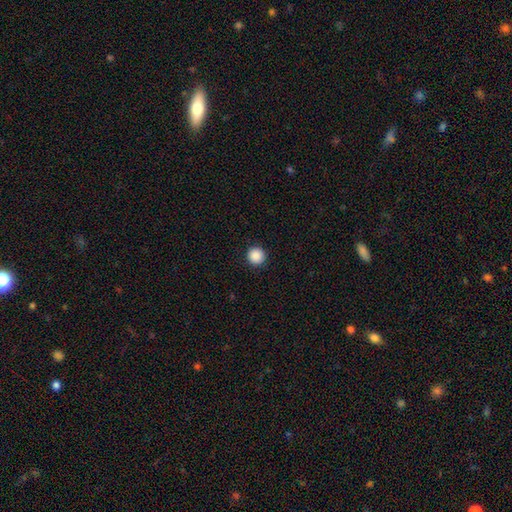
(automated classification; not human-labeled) Q: Smooth or featured?
A: smooth (89%); runner-up: star or artifact (9%)
Q: How rounded?
A: round (96%); runner-up: in between (3%)
Q: Merging?
A: none (93%); runner-up: minor disturbance (4%)